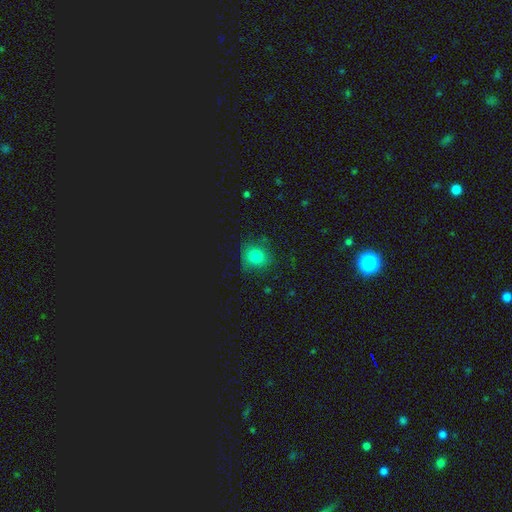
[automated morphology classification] Smooth or featured?
  - smooth: 77% *
  - star or artifact: 15%
  - featured or disk: 8%
How rounded?
  - round: 82% *
  - in between: 17%
  - cigar-shaped: 1%
Merging?
  - none: 76% *
  - minor disturbance: 18%
  - major disturbance: 5%
  - merger: 2%